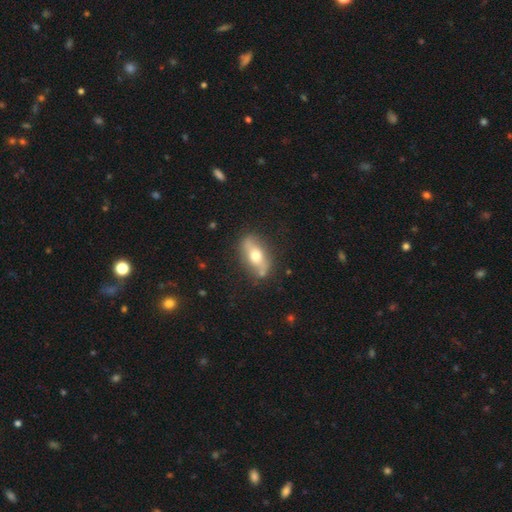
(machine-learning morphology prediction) smooth_or_featured: smooth (p=0.47) [tied with: featured or disk p=0.47]
merging: none (p=0.79) [alt: minor disturbance p=0.14]